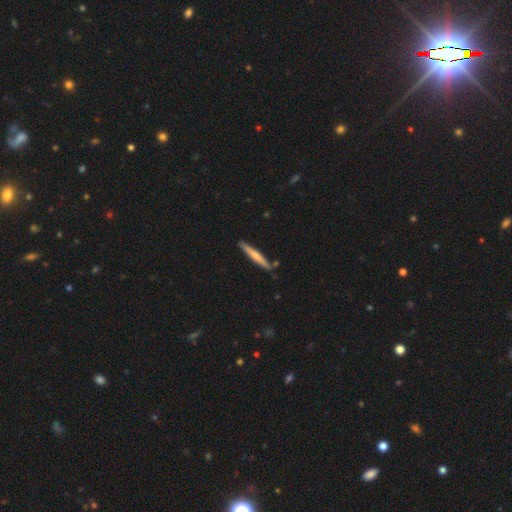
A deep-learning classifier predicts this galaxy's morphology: Smooth or featured? smooth (58%)
How rounded? cigar-shaped (95%)
Merging? none (85%)